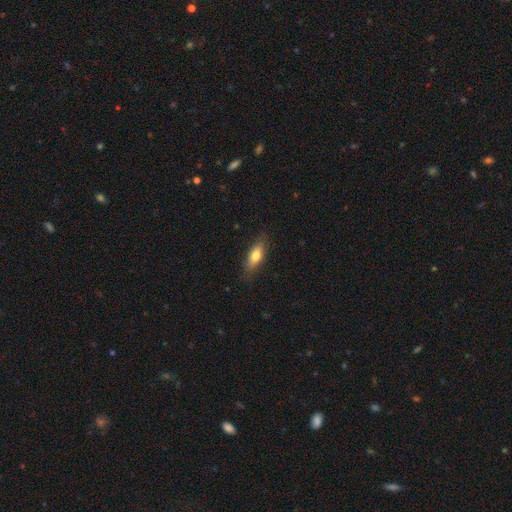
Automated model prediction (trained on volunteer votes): Smooth or featured? Predicted: smooth (p=0.70). How rounded? Predicted: in between (p=0.64). Merging? Predicted: none (p=0.82).